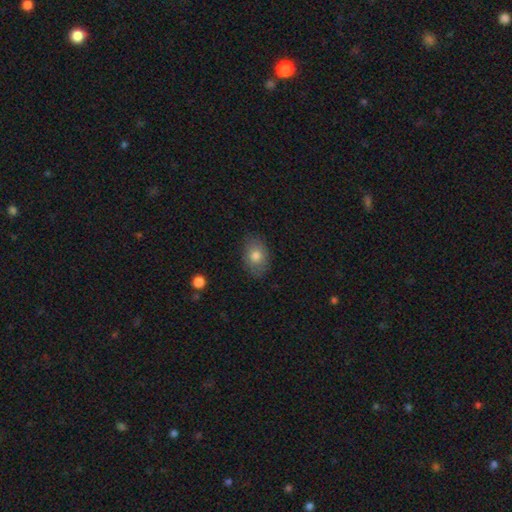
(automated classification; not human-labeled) Smooth or featured?
  - smooth: 78% *
  - featured or disk: 13%
  - star or artifact: 9%
How rounded?
  - in between: 76% *
  - round: 22%
  - cigar-shaped: 1%
Merging?
  - none: 82% *
  - minor disturbance: 14%
  - major disturbance: 3%
  - merger: 1%